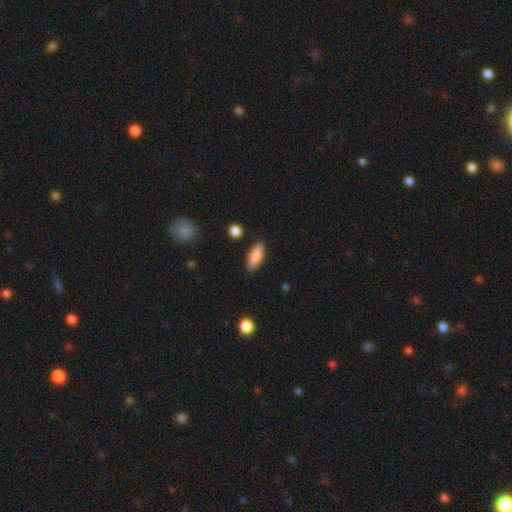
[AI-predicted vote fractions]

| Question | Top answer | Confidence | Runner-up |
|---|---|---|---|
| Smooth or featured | smooth | 86% | featured or disk (8%) |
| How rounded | in between | 70% | cigar-shaped (27%) |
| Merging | none | 86% | minor disturbance (10%) |